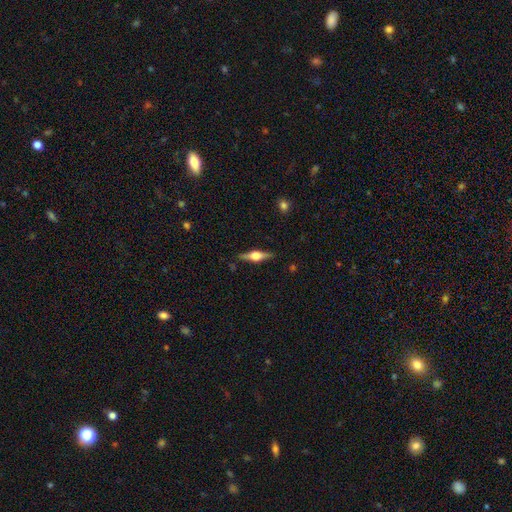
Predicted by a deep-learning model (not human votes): Smooth or featured? Predicted: featured or disk (p=0.73). Edge-on disk? Predicted: yes (p=0.97). Edge-on bulge? Predicted: rounded (p=0.92). Merging? Predicted: none (p=0.88).